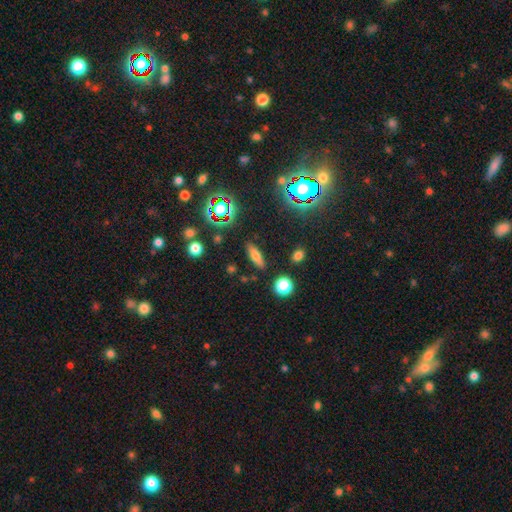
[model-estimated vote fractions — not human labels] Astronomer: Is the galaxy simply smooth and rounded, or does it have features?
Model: smooth — 66%.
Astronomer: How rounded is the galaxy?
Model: in between — 48% (runner-up: cigar-shaped, 47%).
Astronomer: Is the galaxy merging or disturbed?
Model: none — 86%.